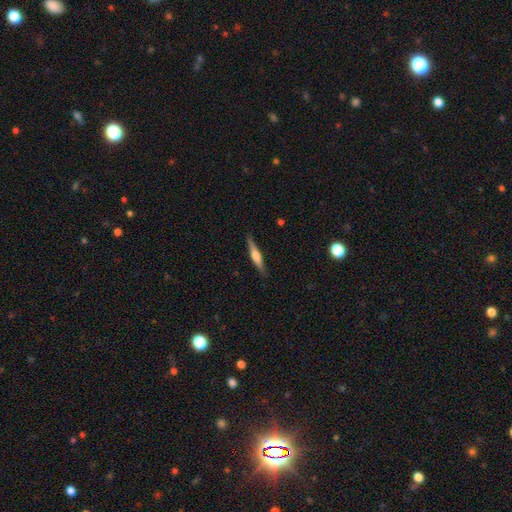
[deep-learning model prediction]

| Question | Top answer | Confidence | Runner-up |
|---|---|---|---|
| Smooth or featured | featured or disk | 60% | smooth (34%) |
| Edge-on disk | yes | 97% | no (3%) |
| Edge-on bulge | rounded | 76% | boxy (17%) |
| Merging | none | 88% | minor disturbance (9%) |